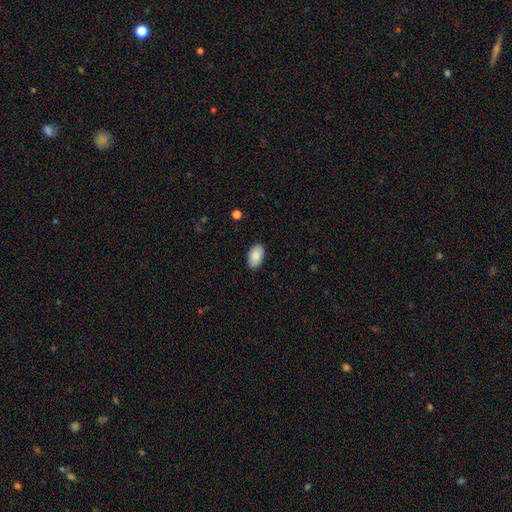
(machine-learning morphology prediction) Smooth or featured?
  - smooth: 86% *
  - featured or disk: 7%
  - star or artifact: 6%
How rounded?
  - in between: 94% *
  - round: 4%
  - cigar-shaped: 1%
Merging?
  - none: 88% *
  - minor disturbance: 9%
  - major disturbance: 2%
  - merger: 1%